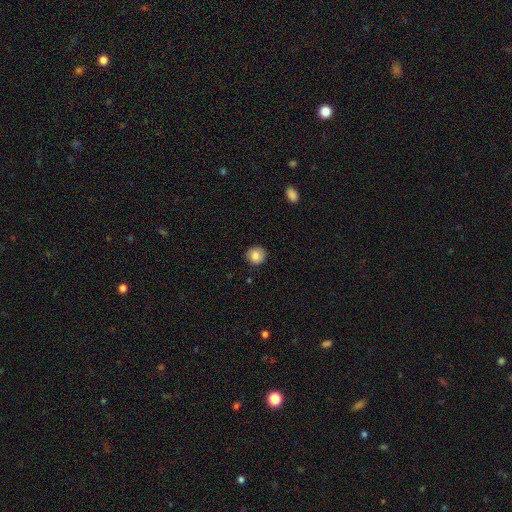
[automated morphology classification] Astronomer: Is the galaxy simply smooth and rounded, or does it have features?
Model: smooth — 85%.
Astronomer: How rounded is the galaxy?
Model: round — 91%.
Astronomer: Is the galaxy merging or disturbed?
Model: none — 89%.